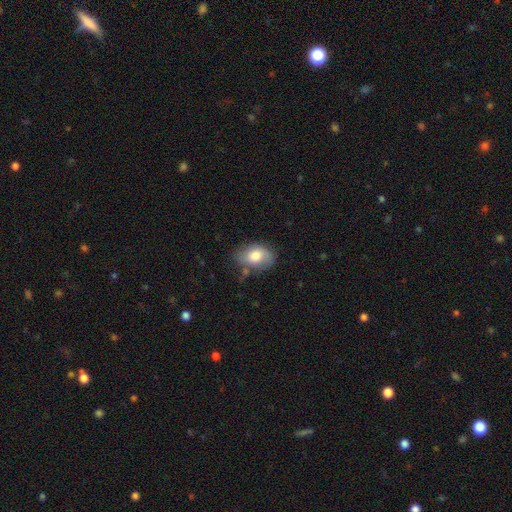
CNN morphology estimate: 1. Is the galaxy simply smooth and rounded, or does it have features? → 73% smooth, 20% featured or disk, 7% star or artifact.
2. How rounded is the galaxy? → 83% in between, 16% round, 1% cigar-shaped.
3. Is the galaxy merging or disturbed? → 61% none, 26% minor disturbance, 8% major disturbance, 4% merger.